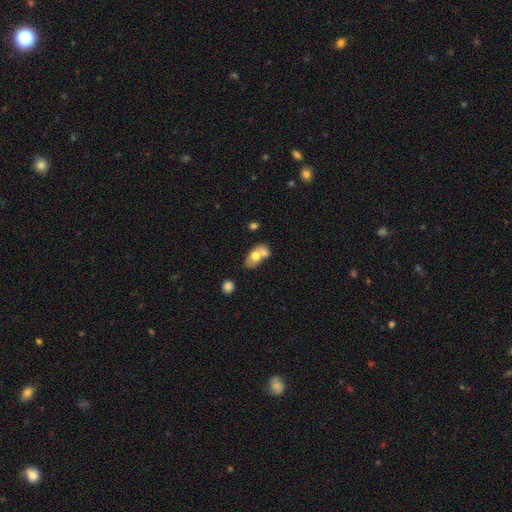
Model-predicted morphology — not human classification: A smooth galaxy with no disk features (65%) that is in between round and cigar-shaped (82%). Merging: merger (56%).